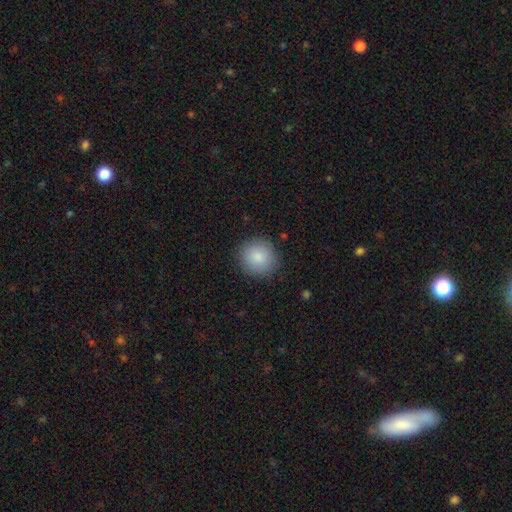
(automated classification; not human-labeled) smooth-or-featured: smooth: 86% | star or artifact: 8% | featured or disk: 7%
  how-rounded: round: 90% | in between: 9% | cigar-shaped: 1%
  merging: none: 88% | minor disturbance: 8% | major disturbance: 2% | merger: 1%